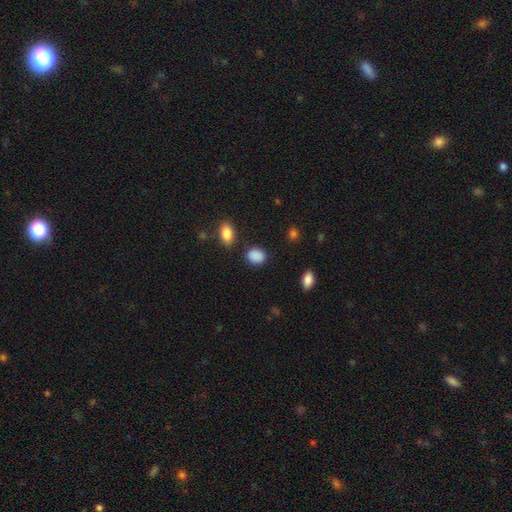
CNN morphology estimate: Smooth or featured? Predicted: smooth (p=0.89). How rounded? Predicted: in between (p=0.56). Merging? Predicted: none (p=0.82).